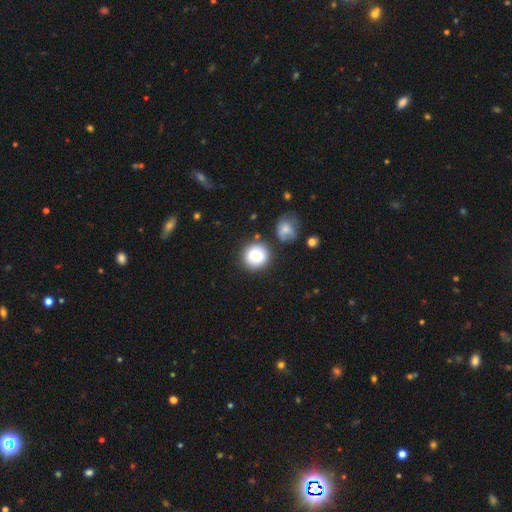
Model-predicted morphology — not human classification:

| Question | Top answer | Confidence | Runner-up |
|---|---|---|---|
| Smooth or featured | smooth | 79% | featured or disk (12%) |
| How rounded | round | 91% | in between (8%) |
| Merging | none | 82% | minor disturbance (9%) |